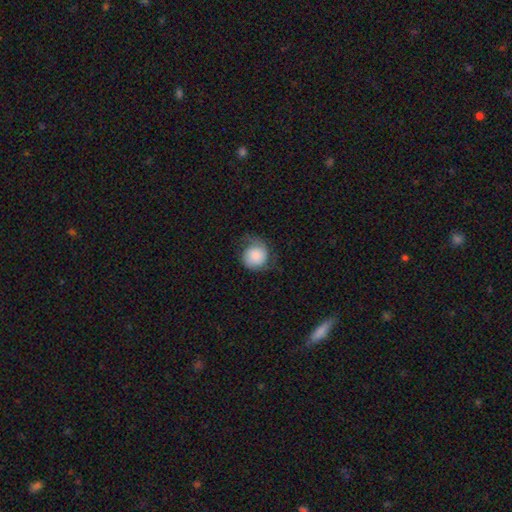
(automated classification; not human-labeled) smooth_or_featured: smooth (p=0.60) [alt: featured or disk p=0.32]
how_rounded: round (p=0.85) [alt: in between p=0.14]
merging: none (p=0.58) [alt: minor disturbance p=0.26]